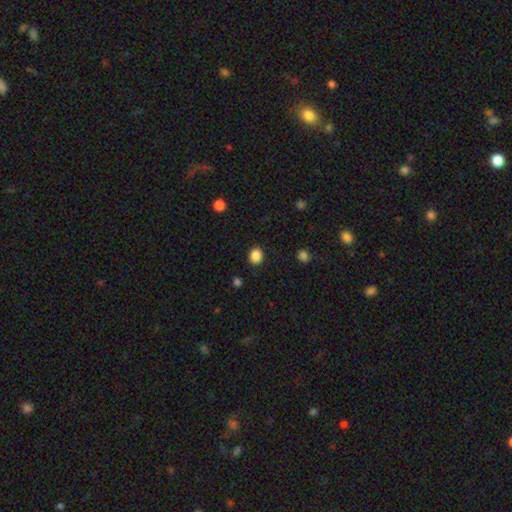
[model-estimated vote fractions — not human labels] A smooth galaxy with no disk features (87%) that is round (68%).

Vote fractions:
- Smooth or featured? smooth: 87% / star or artifact: 10% / featured or disk: 3%
- How rounded? round: 68% / in between: 31% / cigar-shaped: 1%
- Merging? none: 89% / minor disturbance: 7% / major disturbance: 2% / merger: 1%